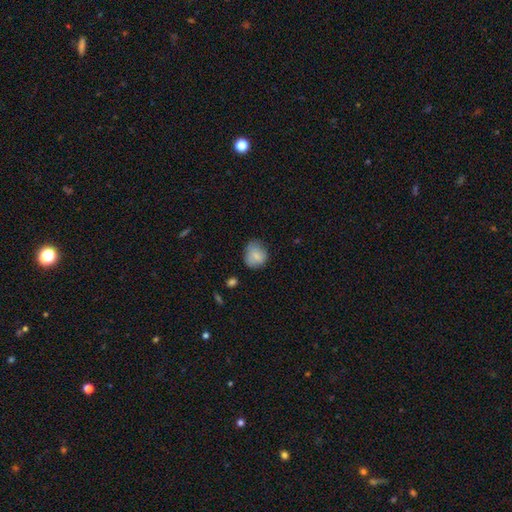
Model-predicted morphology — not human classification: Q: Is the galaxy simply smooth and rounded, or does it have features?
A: smooth — 82%.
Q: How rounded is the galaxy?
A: round — 66%.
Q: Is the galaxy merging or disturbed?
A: none — 64%.